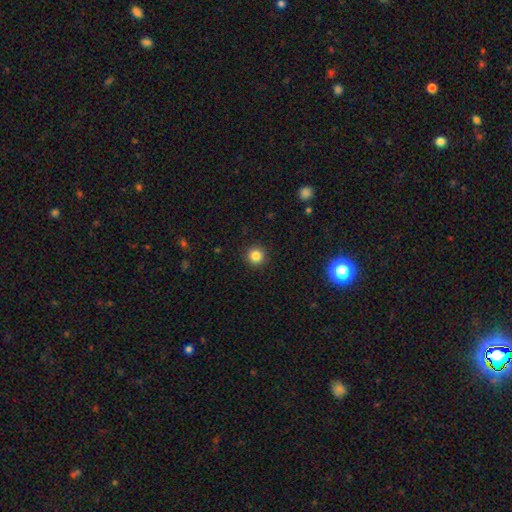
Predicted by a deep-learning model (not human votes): smooth 84%, star or artifact 12%, featured or disk 5%. Down the decision tree: how rounded — round (95%); merging — none (92%).